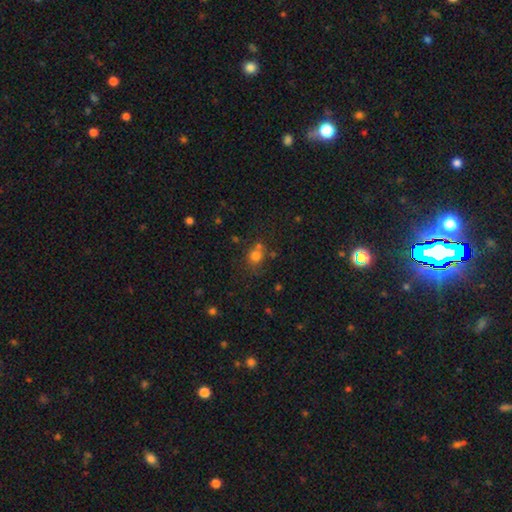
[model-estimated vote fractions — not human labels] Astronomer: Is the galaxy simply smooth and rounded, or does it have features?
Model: smooth — 73%.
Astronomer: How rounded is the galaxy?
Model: round — 79%.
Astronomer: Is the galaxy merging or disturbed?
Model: none — 58%.